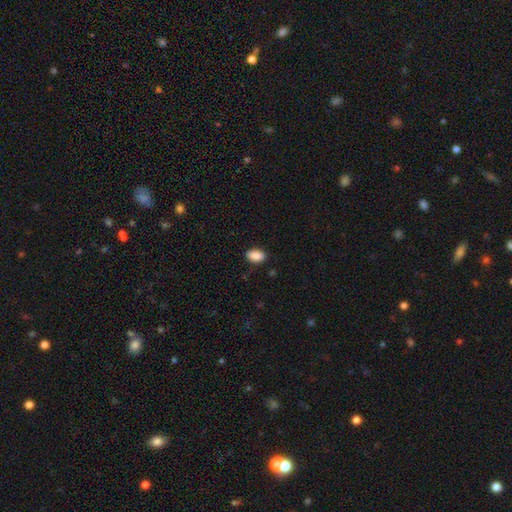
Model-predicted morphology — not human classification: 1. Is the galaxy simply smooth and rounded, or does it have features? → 89% smooth, 7% star or artifact, 4% featured or disk.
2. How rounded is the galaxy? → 92% in between, 6% round, 2% cigar-shaped.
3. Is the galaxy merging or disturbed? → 86% none, 10% minor disturbance, 2% major disturbance, 1% merger.